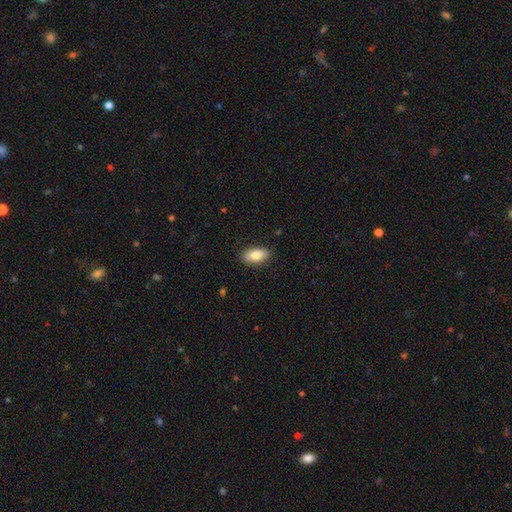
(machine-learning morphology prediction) The model was most divided on "smooth or featured": smooth: 82%, featured or disk: 12%, star or artifact: 7%. More confident: how rounded — in between (90%); merging — none (88%).